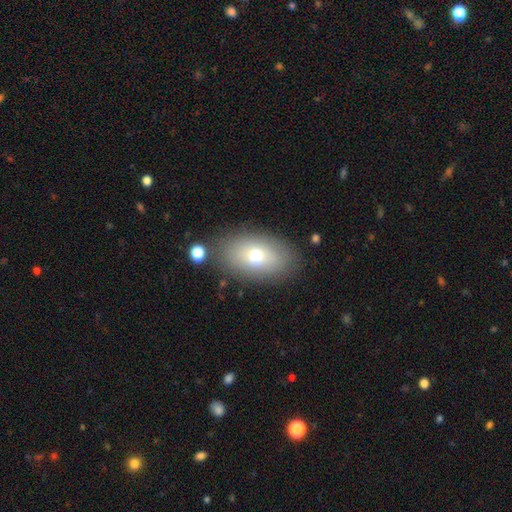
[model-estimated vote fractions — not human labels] Smooth or featured?
  - smooth: 67% *
  - featured or disk: 23%
  - star or artifact: 10%
How rounded?
  - in between: 88% *
  - round: 10%
  - cigar-shaped: 2%
Merging?
  - none: 82% *
  - minor disturbance: 11%
  - major disturbance: 4%
  - merger: 3%